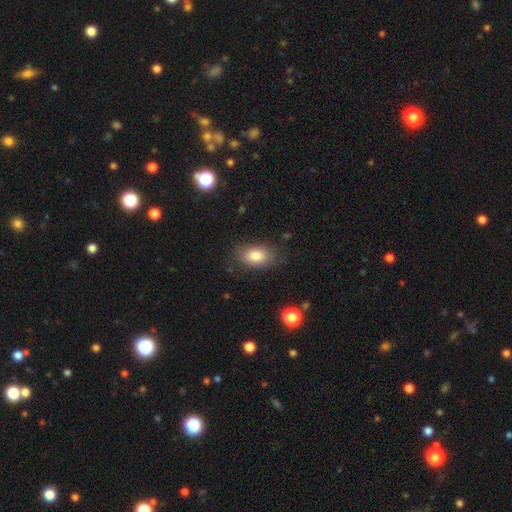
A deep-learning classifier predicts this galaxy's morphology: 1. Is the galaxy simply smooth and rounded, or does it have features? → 84% smooth, 8% featured or disk, 8% star or artifact.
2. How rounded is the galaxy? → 90% in between, 8% round, 2% cigar-shaped.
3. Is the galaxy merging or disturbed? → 80% none, 14% minor disturbance, 4% major disturbance, 1% merger.